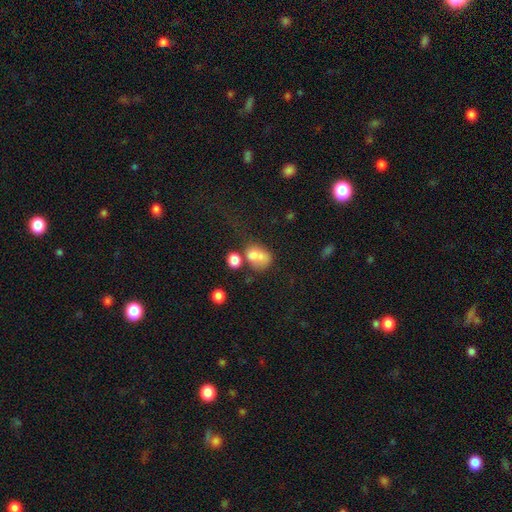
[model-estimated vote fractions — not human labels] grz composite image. It shows a smooth galaxy with no disk features (72%) that is in between round and cigar-shaped (60%). Merging: merger (43%).